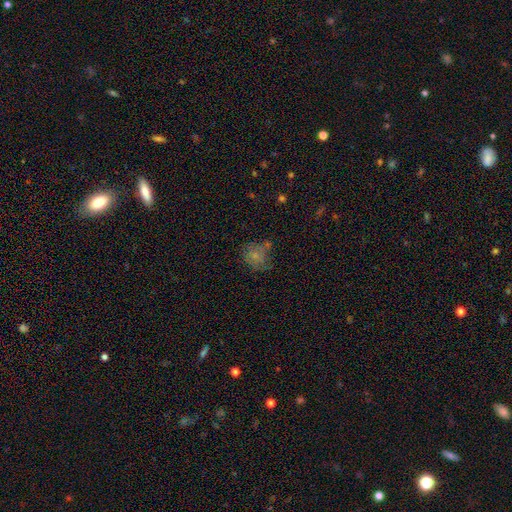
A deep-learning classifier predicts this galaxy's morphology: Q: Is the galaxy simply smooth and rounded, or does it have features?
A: smooth — 65%.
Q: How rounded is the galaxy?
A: round — 73%.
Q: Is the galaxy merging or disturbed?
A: none — 48%.